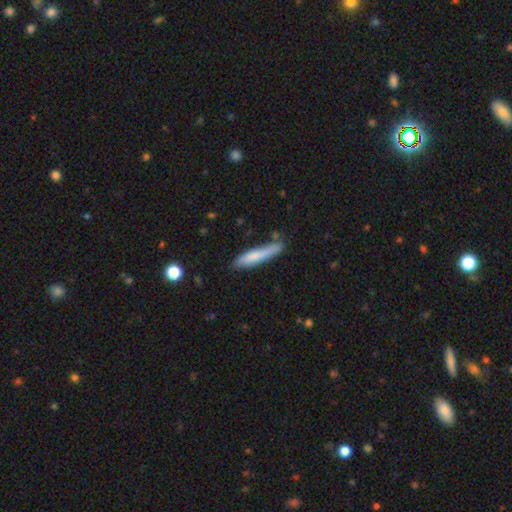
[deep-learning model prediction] Overall: smooth (76%). How rounded: cigar-shaped (89%). Merging: none (72%).